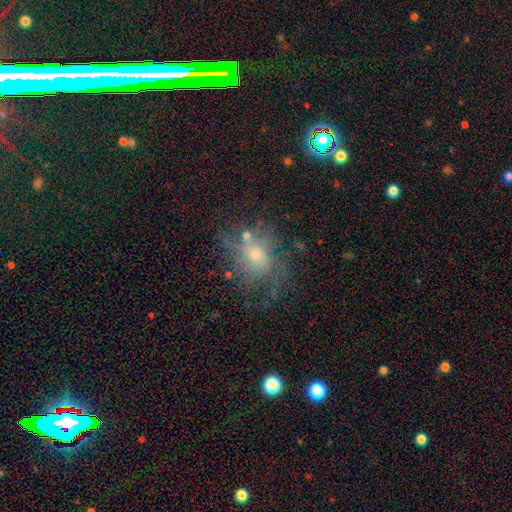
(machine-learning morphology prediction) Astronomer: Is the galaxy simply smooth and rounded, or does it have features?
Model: featured or disk — 45% (runner-up: smooth, 41%).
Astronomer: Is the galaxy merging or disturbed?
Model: none — 49% (runner-up: major disturbance, 24%).